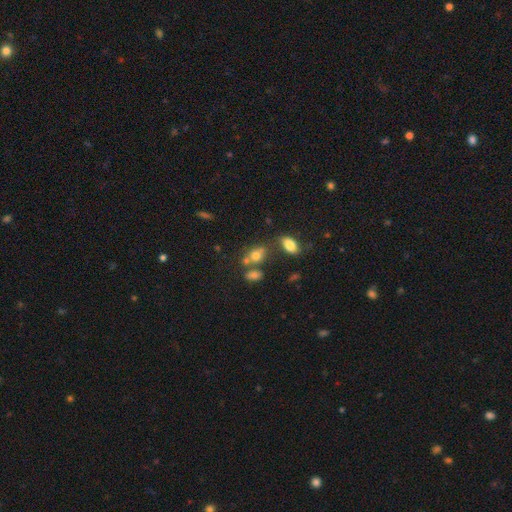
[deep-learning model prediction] This is likely a smooth galaxy (71%). How rounded: likely in between (65%). Merging: possibly none (46%).